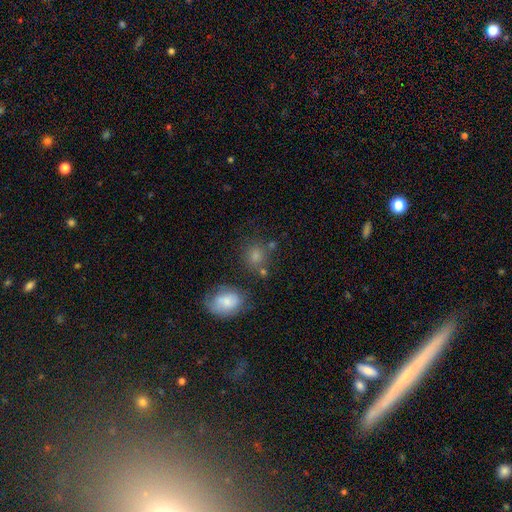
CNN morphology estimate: type=smooth (66%); roundness=round (73%); merging=none (67%).